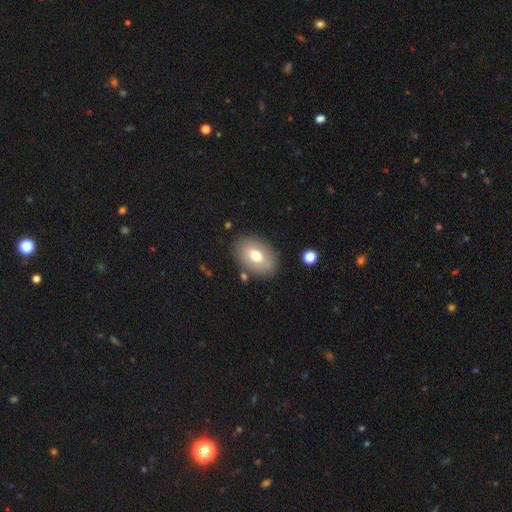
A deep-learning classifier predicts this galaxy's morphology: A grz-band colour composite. It shows a smooth galaxy with no disk features (70%) that is in between round and cigar-shaped (83%). Merging: none (83%).